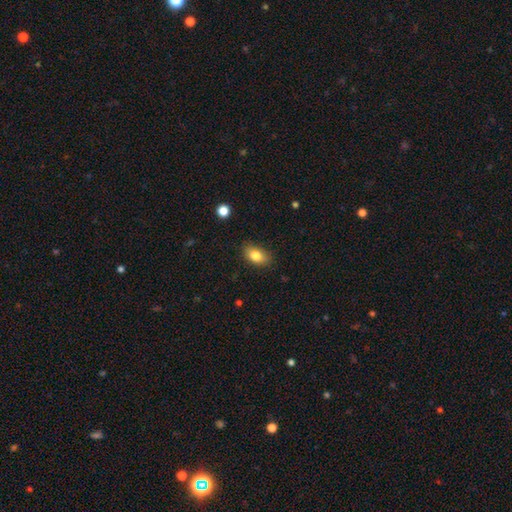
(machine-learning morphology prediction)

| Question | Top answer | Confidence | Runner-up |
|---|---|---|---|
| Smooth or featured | smooth | 81% | featured or disk (11%) |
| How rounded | in between | 86% | round (11%) |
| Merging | none | 79% | minor disturbance (16%) |